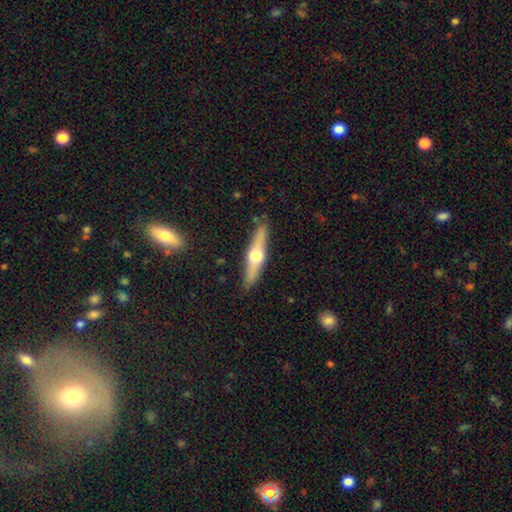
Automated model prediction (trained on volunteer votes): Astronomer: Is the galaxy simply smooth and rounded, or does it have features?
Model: featured or disk — 63%.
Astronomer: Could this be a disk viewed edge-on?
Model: yes — 95%.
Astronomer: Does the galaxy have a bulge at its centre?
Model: rounded — 95%.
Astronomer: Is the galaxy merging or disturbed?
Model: none — 88%.